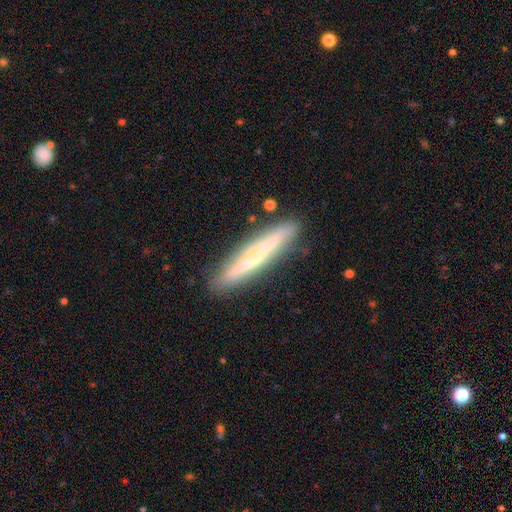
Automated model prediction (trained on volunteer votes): A featured or disk galaxy (54%) viewed edge-on (90%).

Vote fractions:
- Smooth or featured? featured or disk: 54% / smooth: 39% / star or artifact: 7%
- Edge-on disk? yes: 90% / no: 10%
- Merging? none: 86% / minor disturbance: 10% / major disturbance: 2% / merger: 2%